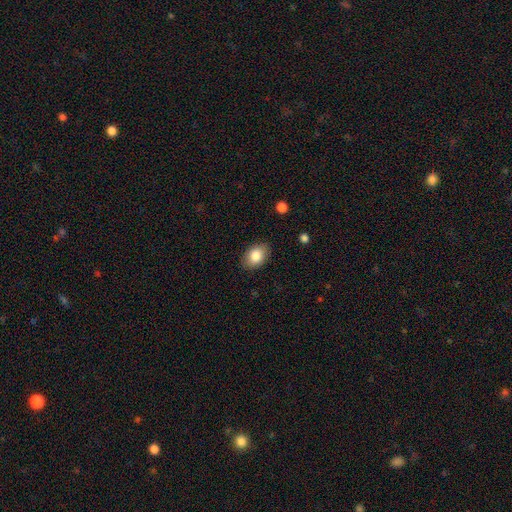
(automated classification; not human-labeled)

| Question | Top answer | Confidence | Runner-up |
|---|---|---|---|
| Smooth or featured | smooth | 85% | featured or disk (8%) |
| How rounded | in between | 83% | round (16%) |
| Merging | none | 85% | minor disturbance (11%) |